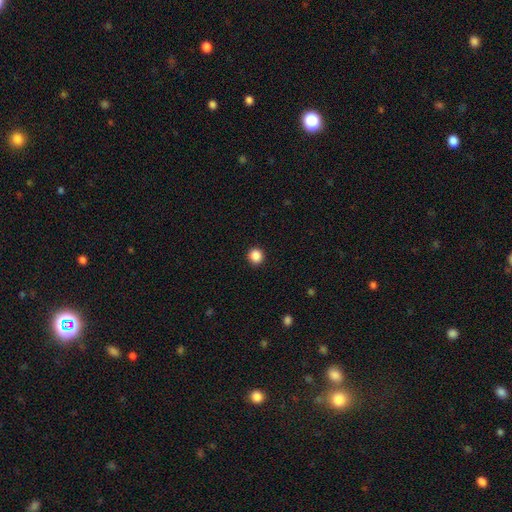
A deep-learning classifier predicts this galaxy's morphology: Q: Smooth or featured?
A: smooth (88%); runner-up: star or artifact (10%)
Q: How rounded?
A: round (92%); runner-up: in between (7%)
Q: Merging?
A: none (92%); runner-up: minor disturbance (5%)